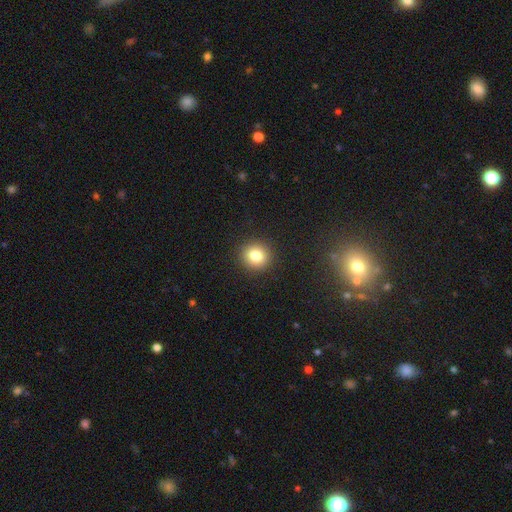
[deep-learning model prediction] Smooth or featured?
  - smooth: 81% *
  - star or artifact: 11%
  - featured or disk: 8%
How rounded?
  - round: 90% *
  - in between: 9%
  - cigar-shaped: 1%
Merging?
  - none: 91% *
  - minor disturbance: 5%
  - major disturbance: 2%
  - merger: 1%